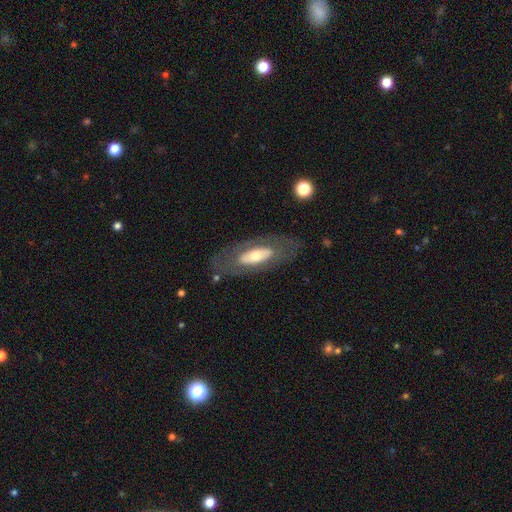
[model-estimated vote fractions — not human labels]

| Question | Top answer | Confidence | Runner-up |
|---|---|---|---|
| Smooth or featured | featured or disk | 54% | smooth (40%) |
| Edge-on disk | no | 80% | yes (20%) |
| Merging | none | 75% | minor disturbance (14%) |